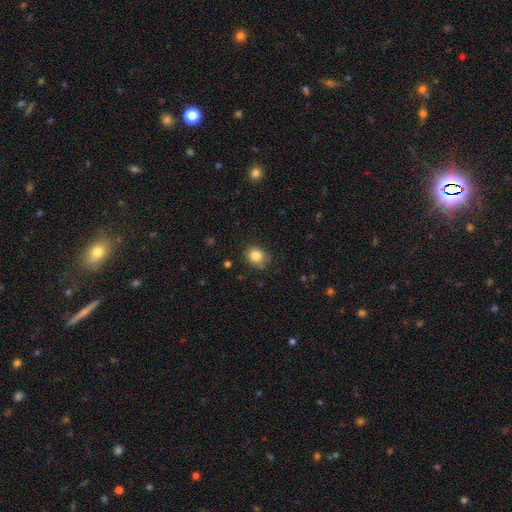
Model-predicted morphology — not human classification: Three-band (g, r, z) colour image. It shows a smooth galaxy with no disk features (84%) that is round (68%). Merging: none (77%).